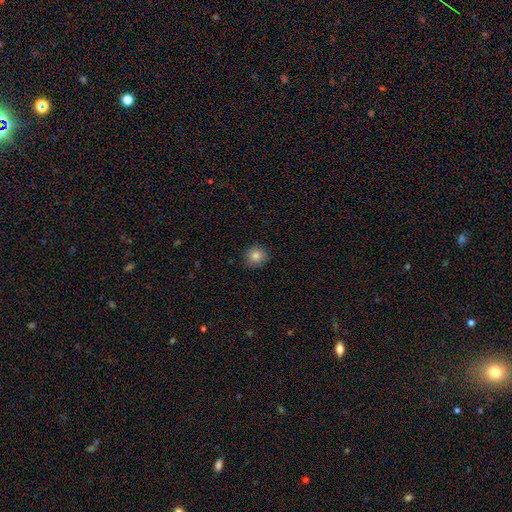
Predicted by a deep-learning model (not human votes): The model was most divided on "how rounded": round: 82%, in between: 17%, cigar-shaped: 1%. More confident: merging — none (88%); smooth or featured — smooth (84%).